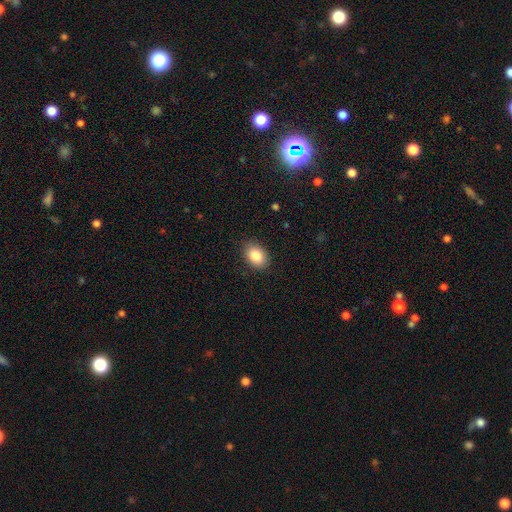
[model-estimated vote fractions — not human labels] smooth-or-featured: smooth: 86% | star or artifact: 8% | featured or disk: 6%
  how-rounded: in between: 78% | round: 21% | cigar-shaped: 1%
  merging: none: 84% | minor disturbance: 12% | major disturbance: 3% | merger: 1%